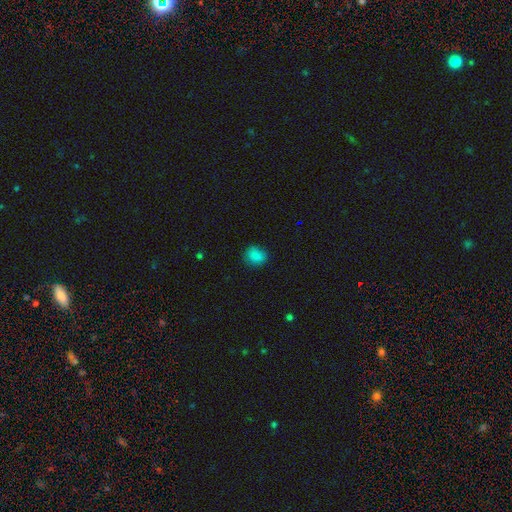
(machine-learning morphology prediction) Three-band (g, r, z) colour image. It shows a smooth galaxy with no disk features (84%) that is round (59%). Merging: none (80%).